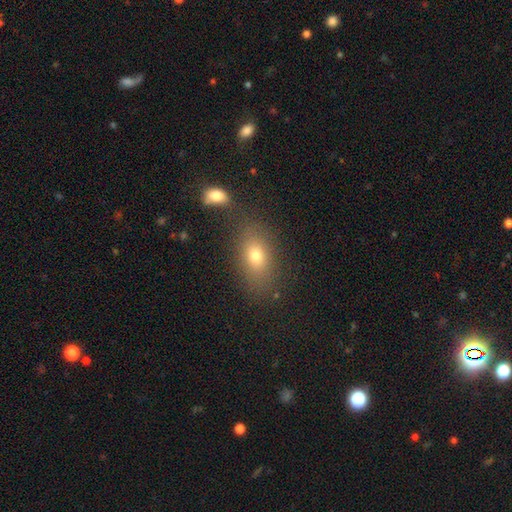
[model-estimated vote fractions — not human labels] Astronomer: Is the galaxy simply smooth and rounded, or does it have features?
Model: smooth — 71%.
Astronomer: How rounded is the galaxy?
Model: in between — 79%.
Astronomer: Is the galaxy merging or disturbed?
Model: none — 73%.